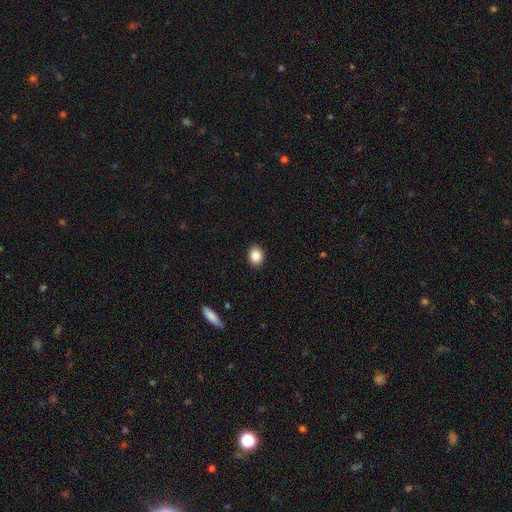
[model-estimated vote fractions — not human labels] Morphology: type=smooth (87%); roundness=in between (55%); merging=none (91%).